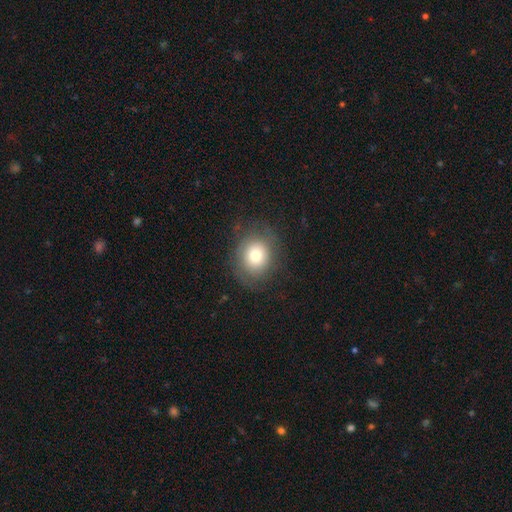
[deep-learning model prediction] Smooth or featured? Predicted: smooth (p=0.72). How rounded? Predicted: round (p=0.75). Merging? Predicted: none (p=0.78).